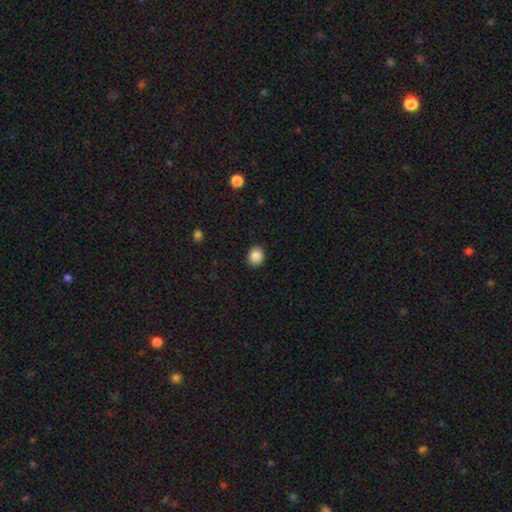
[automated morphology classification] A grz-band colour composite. It shows a smooth galaxy with no disk features (87%) that is round (55%). Merging: none (90%).